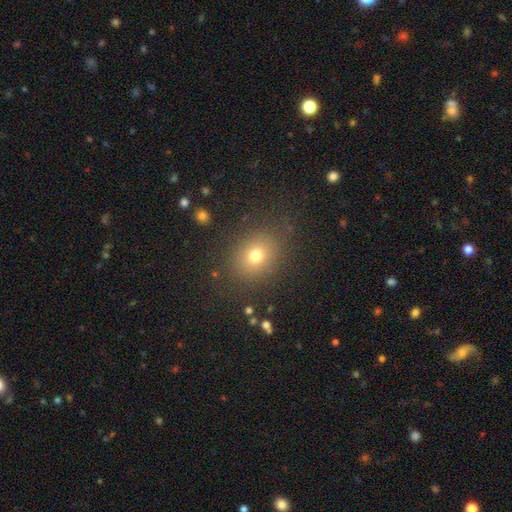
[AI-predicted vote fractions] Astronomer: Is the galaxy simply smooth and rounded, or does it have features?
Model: smooth — 74%.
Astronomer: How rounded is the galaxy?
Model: round — 54% (runner-up: in between, 45%).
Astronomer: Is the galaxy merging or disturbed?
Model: none — 82%.